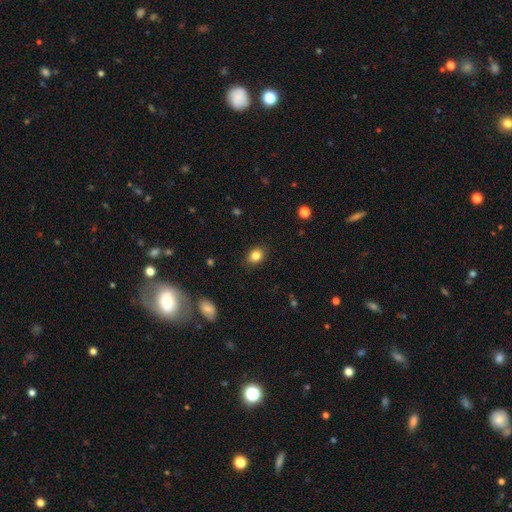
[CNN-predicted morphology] Smooth or featured: smooth — 84% (star or artifact — 10%)
How rounded: in between — 58% (round — 41%)
Merging: none — 87% (minor disturbance — 10%)